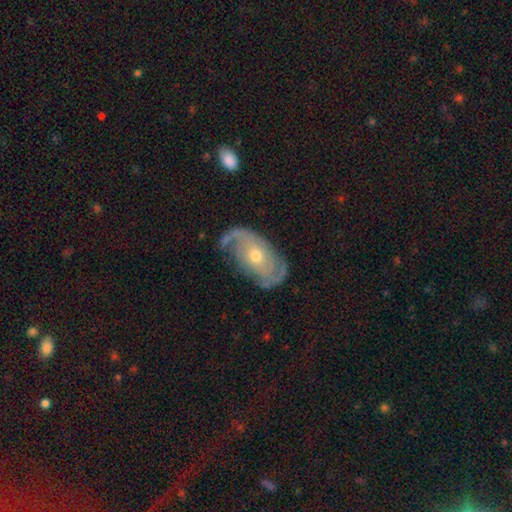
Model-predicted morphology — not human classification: smooth_or_featured: featured or disk (p=0.78) [alt: smooth p=0.12]
disk_edge_on: no (p=0.94) [alt: yes p=0.06]
bar: no (p=0.75) [alt: weak p=0.20]
has_spiral_arms: yes (p=0.90) [alt: no p=0.10]
spiral_winding: tight (p=0.53) [alt: medium p=0.33]
spiral_arm_count: 2 (p=0.53) [alt: can't tell p=0.23]
bulge_size: moderate (p=0.61) [alt: small p=0.35]
merging: none (p=0.71) [alt: minor disturbance p=0.20]